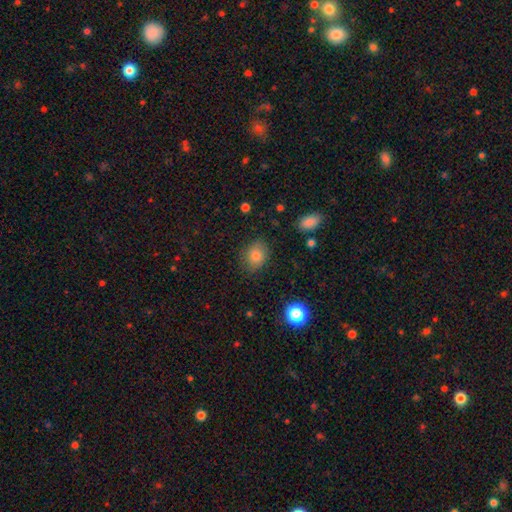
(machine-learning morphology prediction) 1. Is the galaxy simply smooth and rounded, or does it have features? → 82% smooth, 11% star or artifact, 8% featured or disk.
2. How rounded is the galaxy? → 52% in between, 47% round, 1% cigar-shaped.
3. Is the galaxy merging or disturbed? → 80% none, 15% minor disturbance, 4% major disturbance, 1% merger.